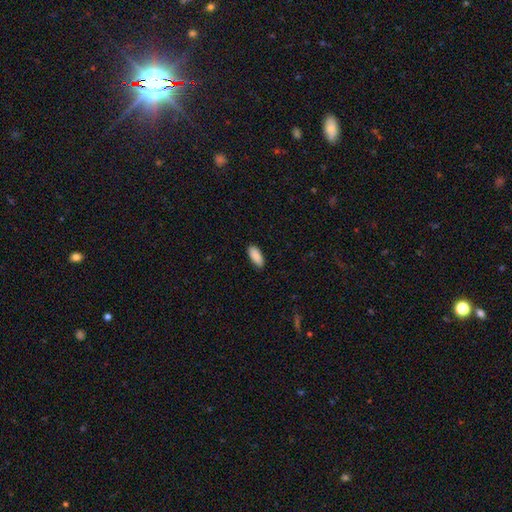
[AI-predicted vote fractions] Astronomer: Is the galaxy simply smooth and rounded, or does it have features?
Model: smooth — 90%.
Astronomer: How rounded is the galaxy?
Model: in between — 84%.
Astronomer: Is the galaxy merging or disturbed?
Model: none — 88%.